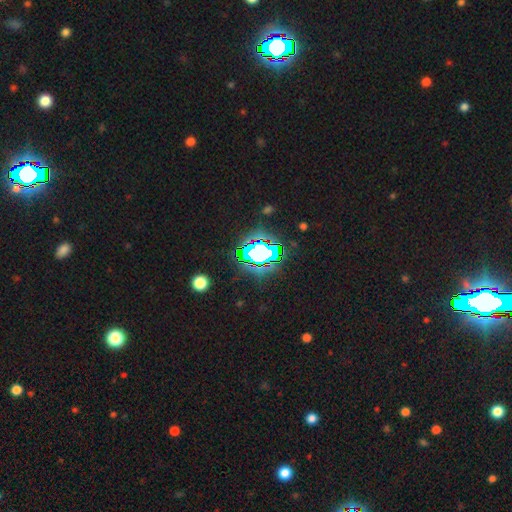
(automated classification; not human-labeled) A star or artifact, not a galaxy (74%).

Vote fractions:
- Smooth or featured? star or artifact: 74% / smooth: 15% / featured or disk: 11%